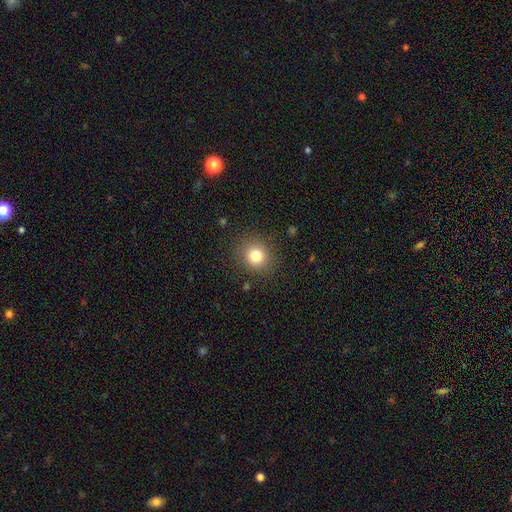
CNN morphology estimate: This is likely a smooth galaxy (79%). How rounded: clearly round (87%). Merging: clearly none (87%).